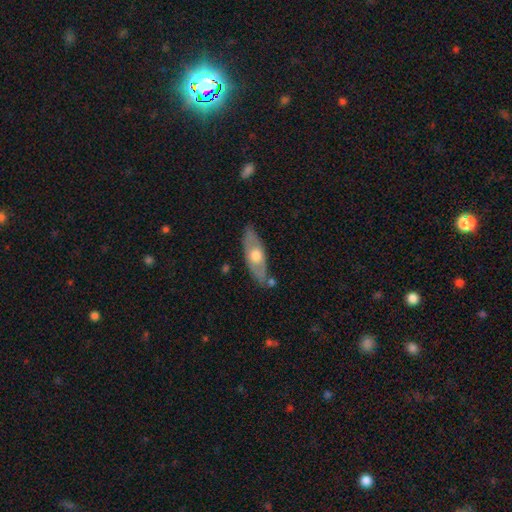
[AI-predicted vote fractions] Overall: featured or disk (53%; smooth 41%). Edge-on disk: no (61%; yes 39%). Merging: none (78%).